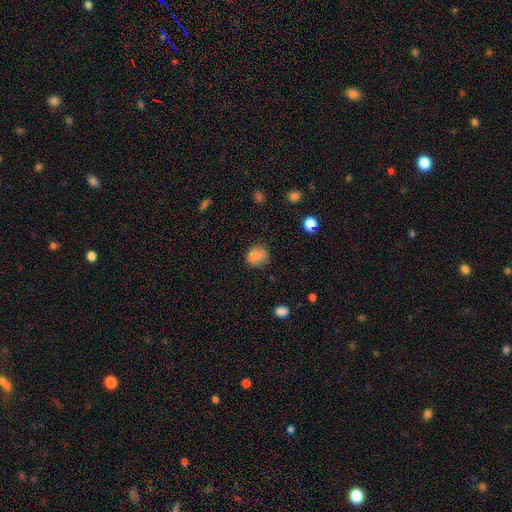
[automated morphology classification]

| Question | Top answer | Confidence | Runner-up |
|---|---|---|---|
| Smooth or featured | smooth | 81% | star or artifact (12%) |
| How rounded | round | 72% | in between (27%) |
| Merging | none | 68% | minor disturbance (21%) |